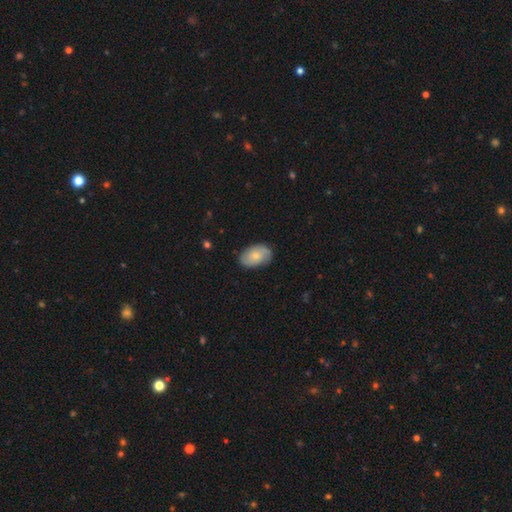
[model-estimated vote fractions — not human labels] Smooth or featured?
  - smooth: 53% *
  - featured or disk: 41%
  - star or artifact: 6%
How rounded?
  - in between: 89% *
  - round: 10%
  - cigar-shaped: 1%
Merging?
  - none: 79% *
  - minor disturbance: 17%
  - major disturbance: 4%
  - merger: 1%